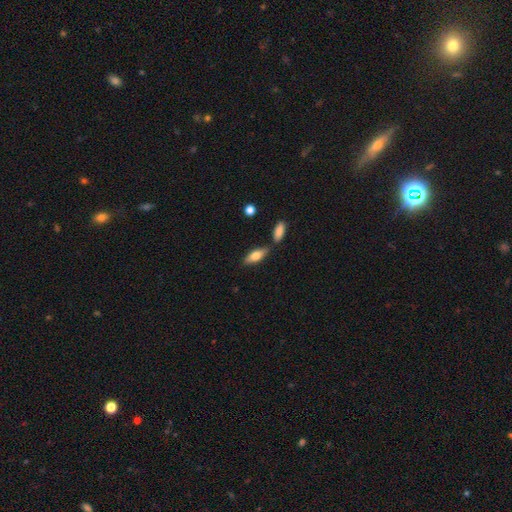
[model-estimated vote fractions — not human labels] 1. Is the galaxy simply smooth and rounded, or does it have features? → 70% smooth, 24% featured or disk, 6% star or artifact.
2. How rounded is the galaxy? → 67% in between, 31% cigar-shaped, 2% round.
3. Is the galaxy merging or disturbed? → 73% none, 13% minor disturbance, 12% merger, 3% major disturbance.